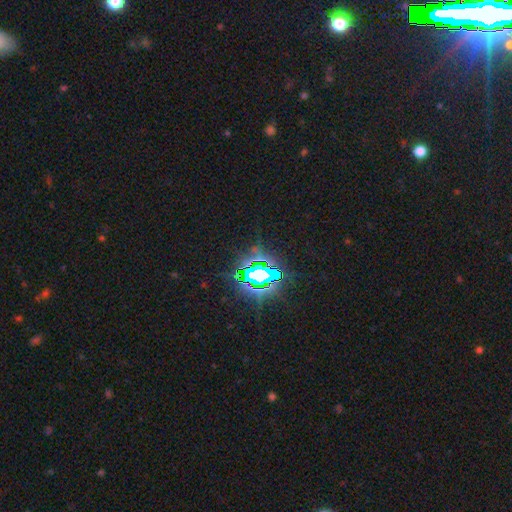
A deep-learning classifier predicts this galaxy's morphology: Q: Smooth or featured?
A: star or artifact (83%); runner-up: smooth (10%)